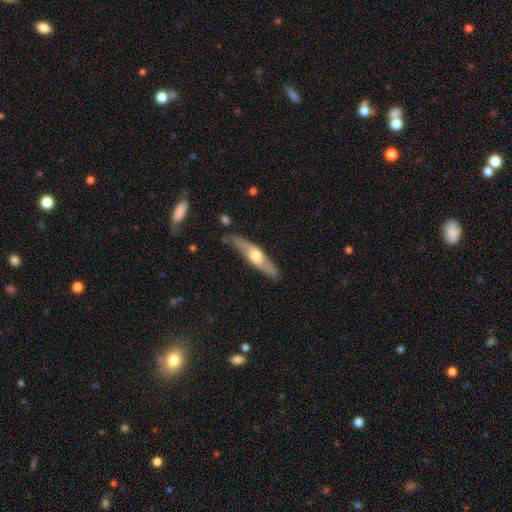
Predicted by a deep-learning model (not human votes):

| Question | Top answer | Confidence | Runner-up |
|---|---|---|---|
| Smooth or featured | featured or disk | 55% | smooth (41%) |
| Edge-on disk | yes | 83% | no (17%) |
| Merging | none | 82% | minor disturbance (13%) |